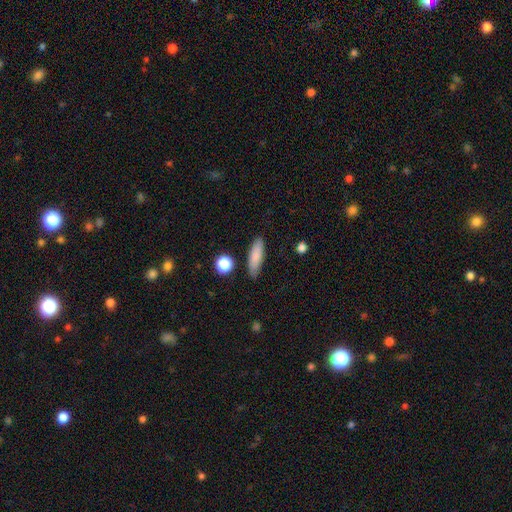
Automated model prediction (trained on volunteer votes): A smooth galaxy with no disk features (83%) that is in between round and cigar-shaped (52%).

Vote fractions:
- Smooth or featured? smooth: 83% / featured or disk: 10% / star or artifact: 7%
- How rounded? in between: 52% / cigar-shaped: 45% / round: 3%
- Merging? none: 81% / minor disturbance: 14% / major disturbance: 3% / merger: 2%